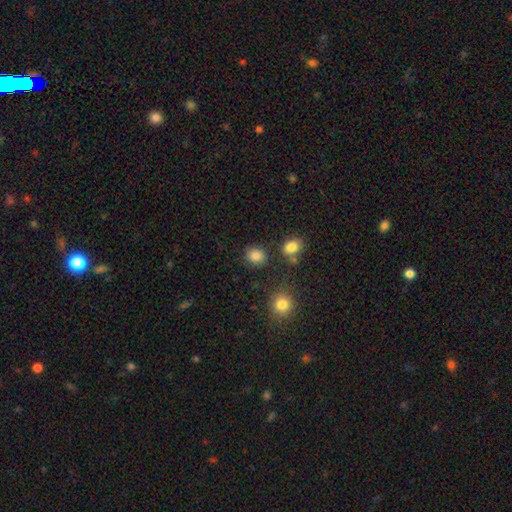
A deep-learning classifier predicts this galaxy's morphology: smooth-or-featured: smooth: 84% | star or artifact: 11% | featured or disk: 5%
  how-rounded: round: 71% | in between: 28% | cigar-shaped: 1%
  merging: none: 81% | minor disturbance: 10% | merger: 5% | major disturbance: 3%